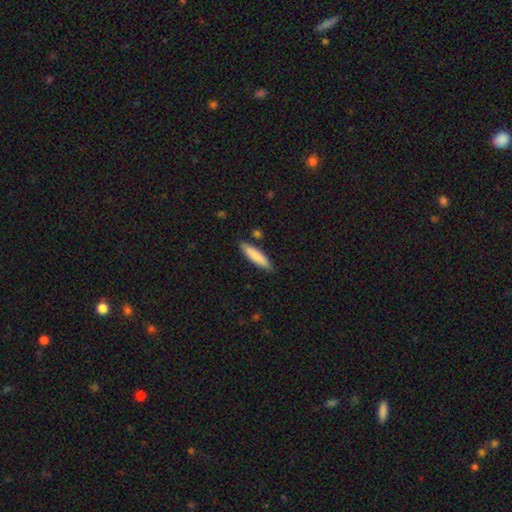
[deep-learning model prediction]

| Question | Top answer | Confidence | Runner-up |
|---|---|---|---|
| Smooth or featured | smooth | 83% | featured or disk (11%) |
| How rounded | cigar-shaped | 78% | in between (20%) |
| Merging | none | 85% | minor disturbance (10%) |